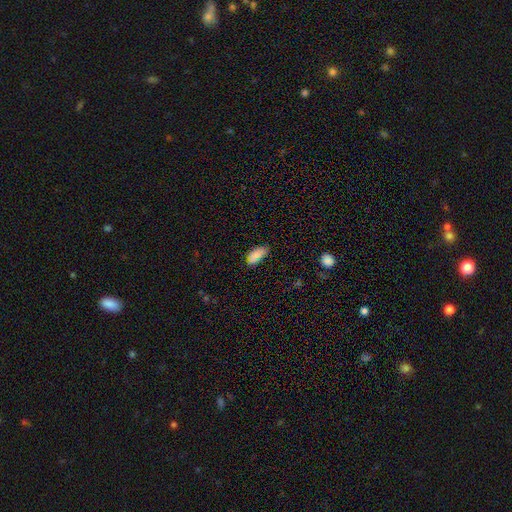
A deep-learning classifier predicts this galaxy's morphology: Overall: smooth (82%). How rounded: in between (91%). Merging: none (63%; minor disturbance 29%).